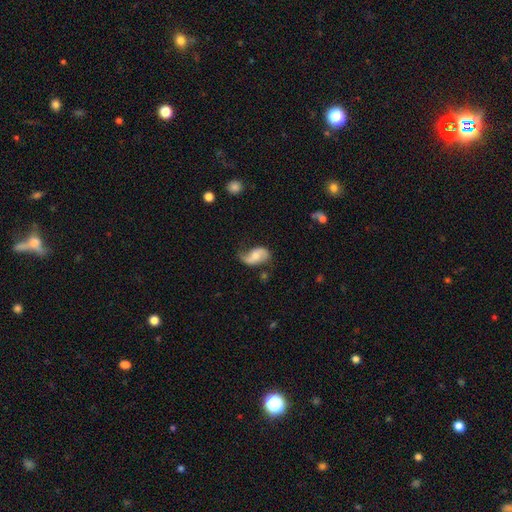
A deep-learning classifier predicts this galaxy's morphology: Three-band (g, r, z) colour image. It shows a featured or disk galaxy (72%) with no bar (52%), 2 (82%) loose (68%) spiral arms (92%) and a moderate central bulge (48%). Merging: none (53%).